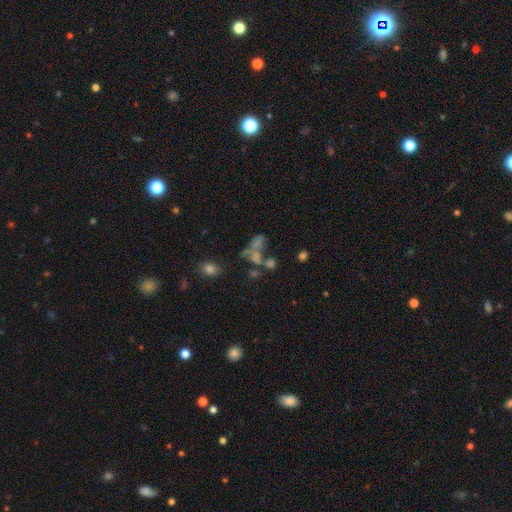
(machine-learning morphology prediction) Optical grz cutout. It shows a smooth galaxy with no disk features (38%). Merging: none (38%).